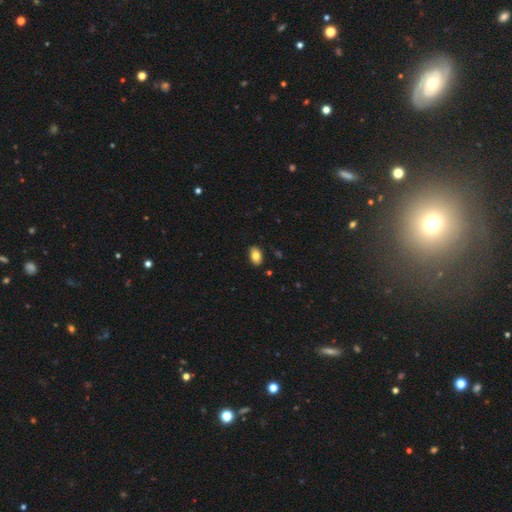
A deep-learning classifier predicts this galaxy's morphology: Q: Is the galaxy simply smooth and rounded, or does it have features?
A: smooth — 82%.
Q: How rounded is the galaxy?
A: in between — 89%.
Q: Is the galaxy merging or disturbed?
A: none — 88%.